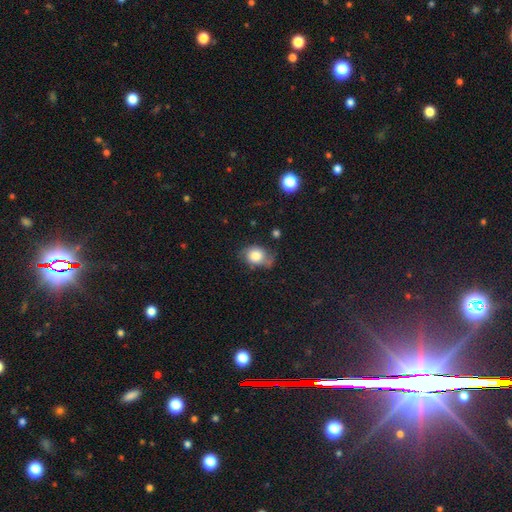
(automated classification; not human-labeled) Q: Smooth or featured?
A: smooth (73%); runner-up: featured or disk (17%)
Q: How rounded?
A: in between (52%); runner-up: round (47%)
Q: Merging?
A: none (53%); runner-up: minor disturbance (31%)